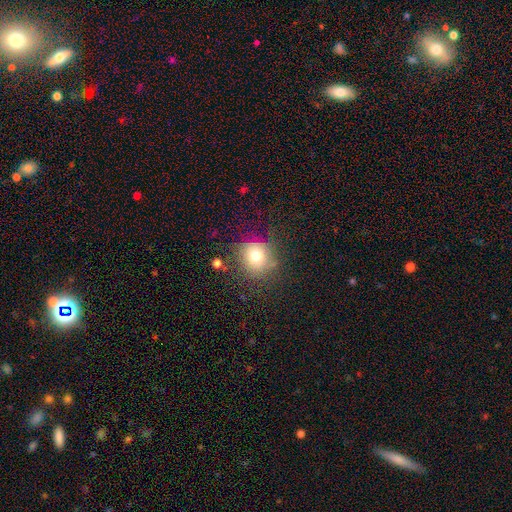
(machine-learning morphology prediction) type=smooth (74%); roundness=round (87%); merging=none (74%).